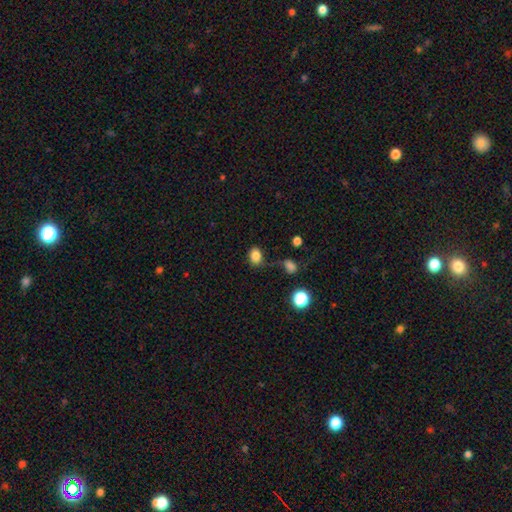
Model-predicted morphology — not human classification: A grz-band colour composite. It shows a smooth galaxy with no disk features (83%) that is in between round and cigar-shaped (65%). Merging: none (68%).